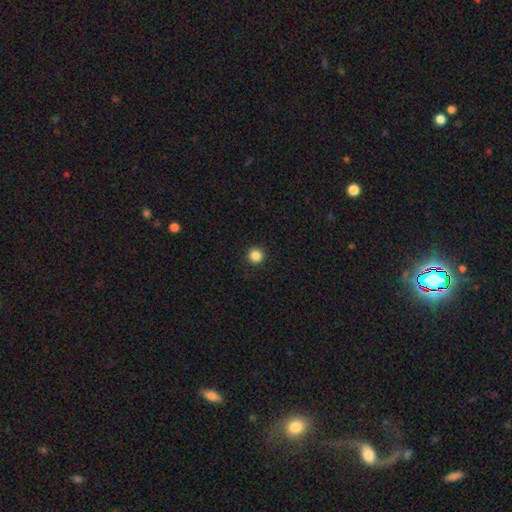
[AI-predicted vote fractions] Smooth or featured? smooth (86%)
How rounded? round (96%)
Merging? none (93%)